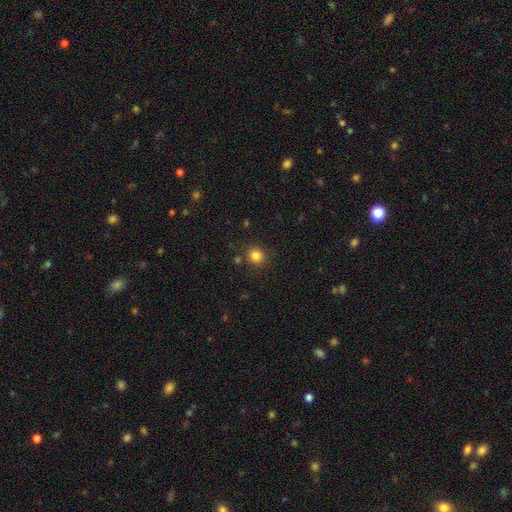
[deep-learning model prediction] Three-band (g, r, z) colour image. It shows a smooth galaxy with no disk features (83%) that is round (88%). Merging: none (84%).